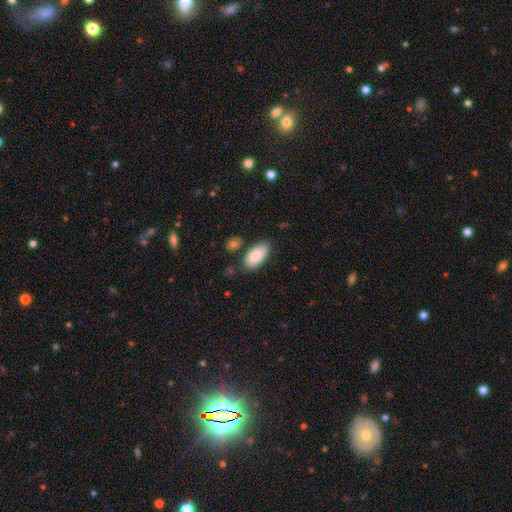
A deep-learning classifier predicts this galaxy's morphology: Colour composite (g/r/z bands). It shows a smooth galaxy with no disk features (87%) that is in between round and cigar-shaped (94%). Merging: none (78%).